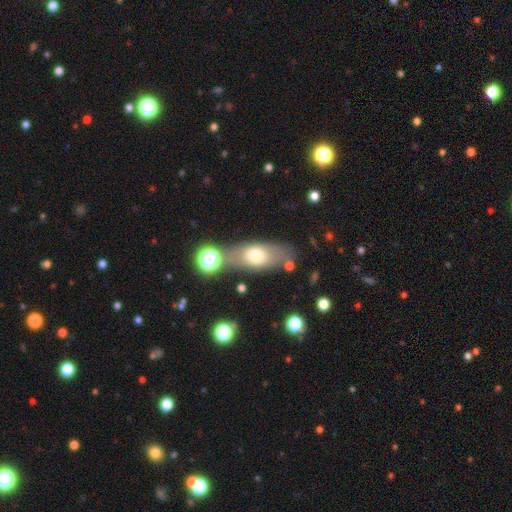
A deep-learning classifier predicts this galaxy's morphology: This is likely a smooth galaxy (61%). How rounded: likely in between (77%). Merging: likely none (63%).